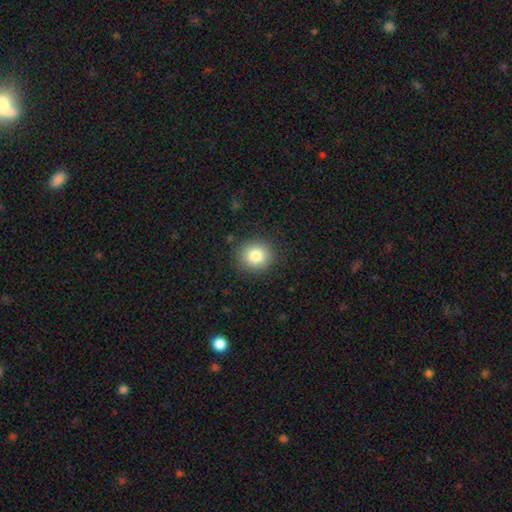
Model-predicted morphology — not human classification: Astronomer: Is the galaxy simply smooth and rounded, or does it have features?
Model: smooth — 82%.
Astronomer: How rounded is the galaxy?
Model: round — 87%.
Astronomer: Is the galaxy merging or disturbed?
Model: none — 89%.